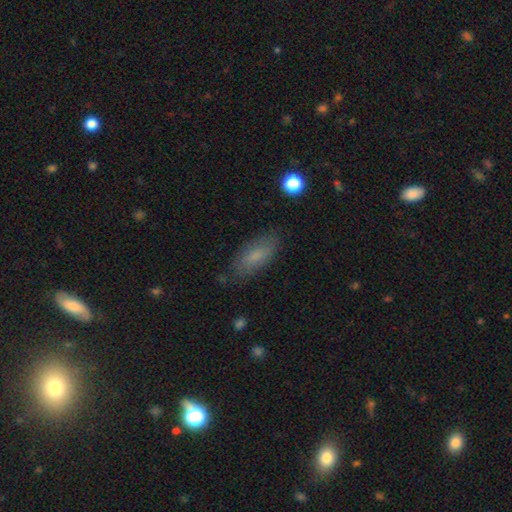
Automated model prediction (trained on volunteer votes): smooth-or-featured: smooth: 75% | featured or disk: 17% | star or artifact: 8%
  how-rounded: in between: 73% | cigar-shaped: 24% | round: 2%
  merging: none: 81% | minor disturbance: 14% | major disturbance: 4% | merger: 2%